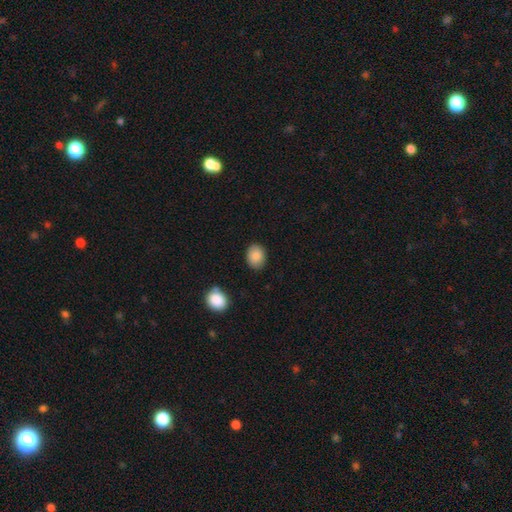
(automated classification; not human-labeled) This is clearly a smooth galaxy (87%). How rounded: possibly in between (57%). Merging: clearly none (86%).